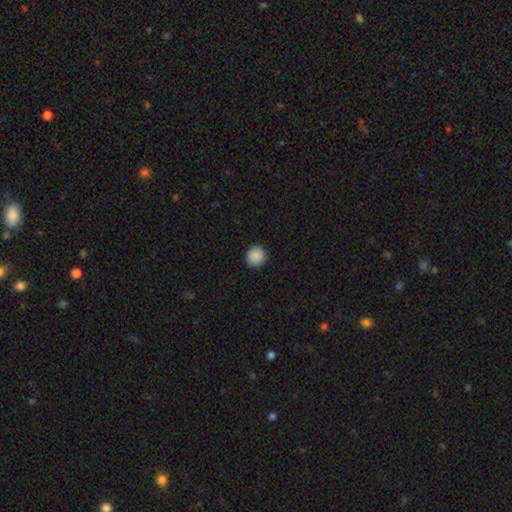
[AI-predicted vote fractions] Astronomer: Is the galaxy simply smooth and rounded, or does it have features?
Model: smooth — 89%.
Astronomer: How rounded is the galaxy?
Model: round — 93%.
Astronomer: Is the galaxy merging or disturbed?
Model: none — 91%.